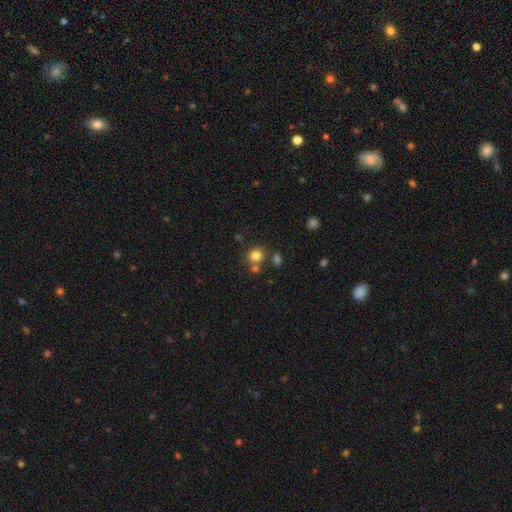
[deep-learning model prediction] This is clearly a smooth galaxy (80%). How rounded: clearly round (83%). Merging: likely none (68%).